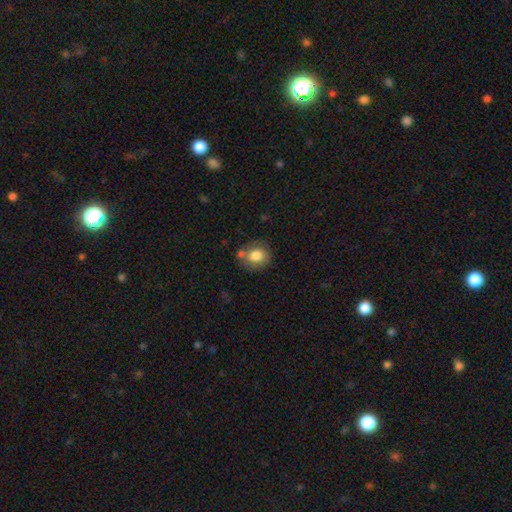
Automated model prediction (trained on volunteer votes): smooth 80%, featured or disk 12%, star or artifact 9%. Down the decision tree: how rounded — round (69%); merging — none (66%).